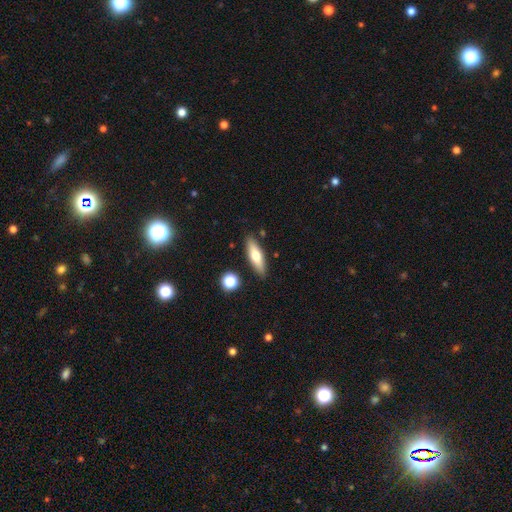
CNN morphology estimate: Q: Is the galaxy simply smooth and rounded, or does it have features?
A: smooth — 58%.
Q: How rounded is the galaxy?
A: cigar-shaped — 55%.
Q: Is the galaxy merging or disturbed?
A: none — 85%.